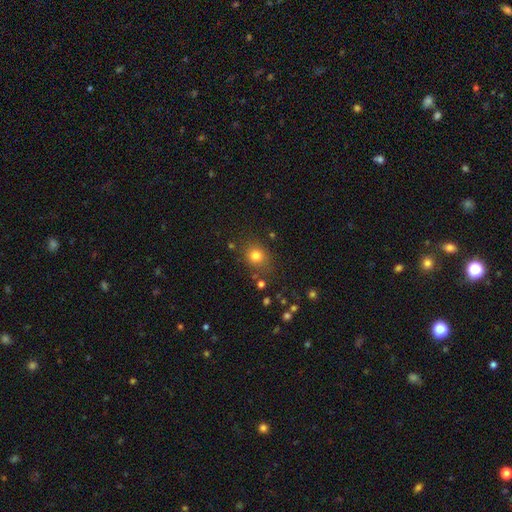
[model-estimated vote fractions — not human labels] This is likely a smooth galaxy (78%). How rounded: likely round (75%). Merging: likely none (80%).